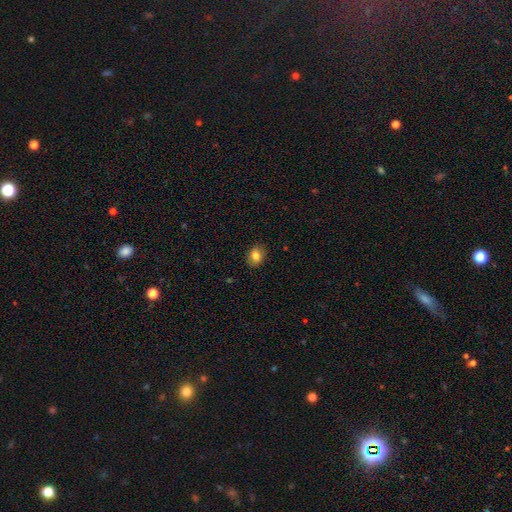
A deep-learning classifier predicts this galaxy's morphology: Smooth or featured: smooth — 82% (star or artifact — 9%)
How rounded: in between — 51% (round — 48%)
Merging: none — 88% (minor disturbance — 9%)